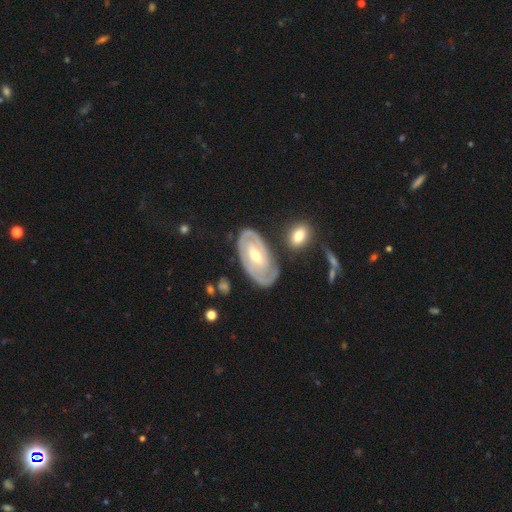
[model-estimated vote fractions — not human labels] smooth_or_featured: featured or disk (p=0.82) [alt: smooth p=0.13]
disk_edge_on: no (p=0.94) [alt: yes p=0.06]
bar: weak (p=0.45) [alt: no p=0.31]
has_spiral_arms: yes (p=0.86) [alt: no p=0.14]
spiral_winding: tight (p=0.71) [alt: medium p=0.23]
spiral_arm_count: 2 (p=0.59) [alt: can't tell p=0.26]
bulge_size: moderate (p=0.66) [alt: small p=0.29]
merging: none (p=0.73) [alt: minor disturbance p=0.17]